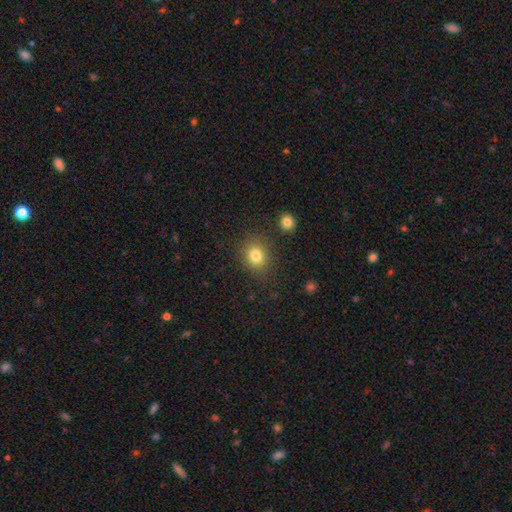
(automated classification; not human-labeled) This is clearly a smooth galaxy (81%). How rounded: likely round (69%). Merging: clearly none (84%).